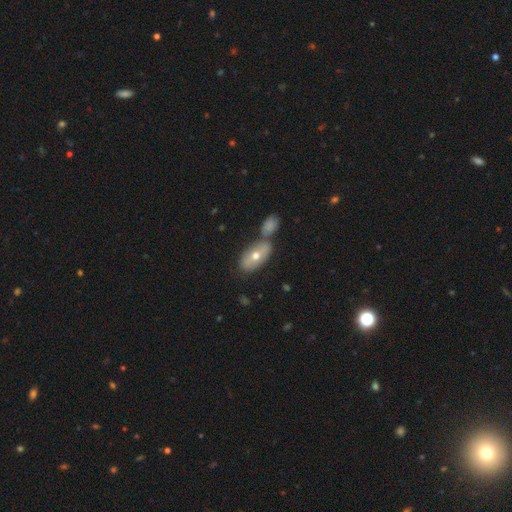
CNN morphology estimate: type=smooth (58%); roundness=in between (90%); merging=none (50%).